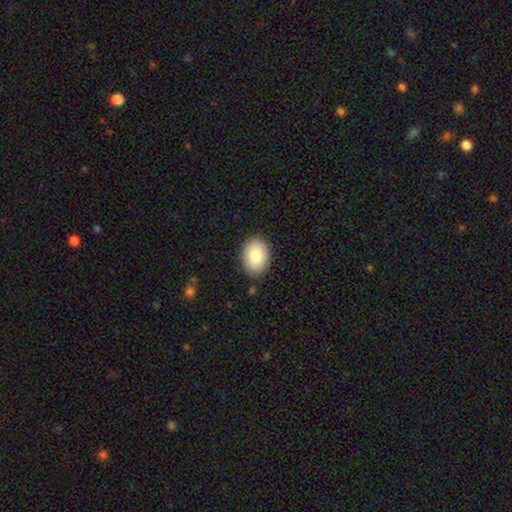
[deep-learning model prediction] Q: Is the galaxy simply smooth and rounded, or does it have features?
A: smooth — 86%.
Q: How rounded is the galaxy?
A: in between — 76%.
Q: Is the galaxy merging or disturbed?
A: none — 86%.